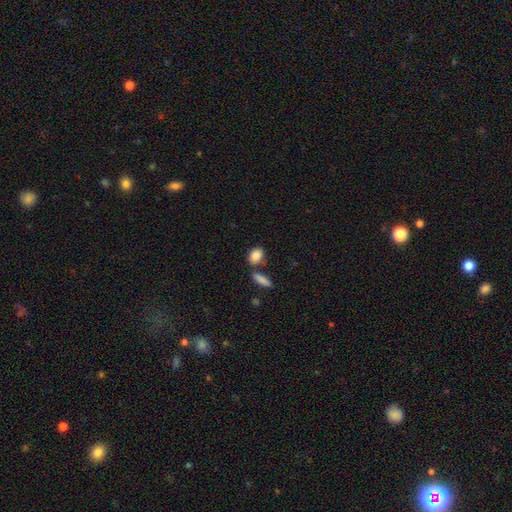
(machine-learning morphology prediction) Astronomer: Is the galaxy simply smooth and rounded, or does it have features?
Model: smooth — 86%.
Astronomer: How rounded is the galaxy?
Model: in between — 73%.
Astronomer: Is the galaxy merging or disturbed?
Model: none — 65%.